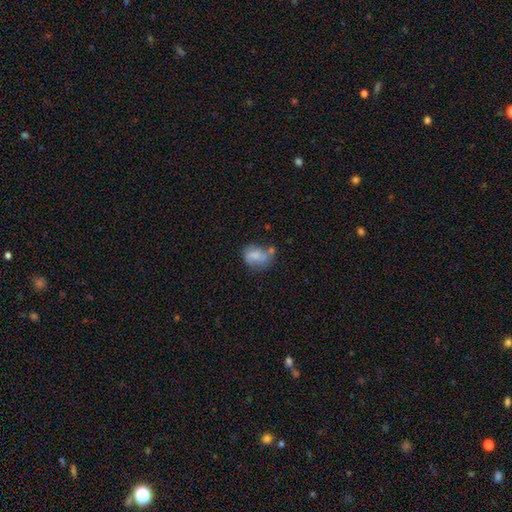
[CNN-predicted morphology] Smooth or featured?
  - smooth: 65% *
  - featured or disk: 26%
  - star or artifact: 9%
How rounded?
  - in between: 61% *
  - round: 37%
  - cigar-shaped: 1%
Merging?
  - none: 39% *
  - minor disturbance: 28%
  - merger: 19%
  - major disturbance: 15%